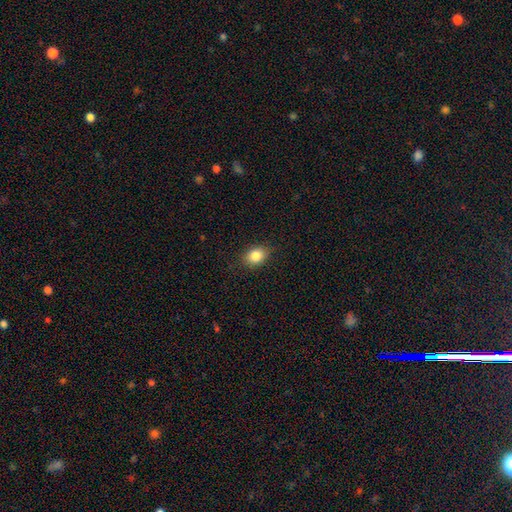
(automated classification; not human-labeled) This appears to be a smooth galaxy with no disk features (83%) that is in between round and cigar-shaped (61%). Merging: none (84%).